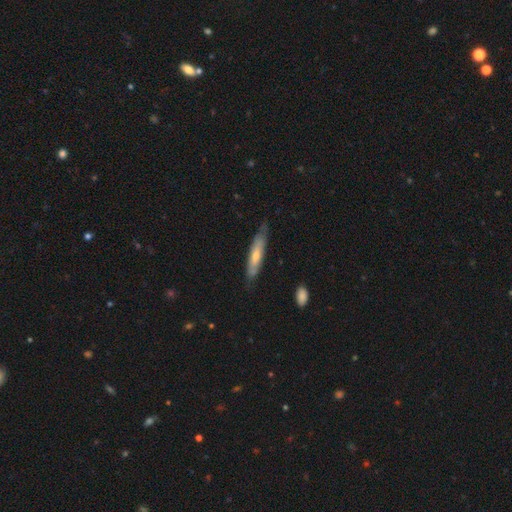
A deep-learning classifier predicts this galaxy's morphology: Smooth or featured? smooth (49%)
Merging? none (71%)